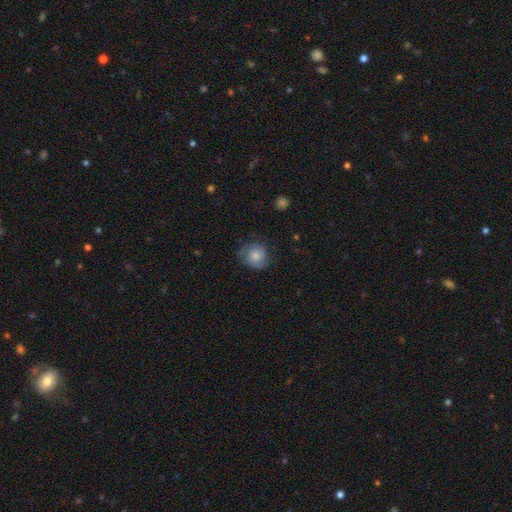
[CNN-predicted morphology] This is likely a smooth galaxy (62%). How rounded: clearly round (84%). Merging: likely none (67%).